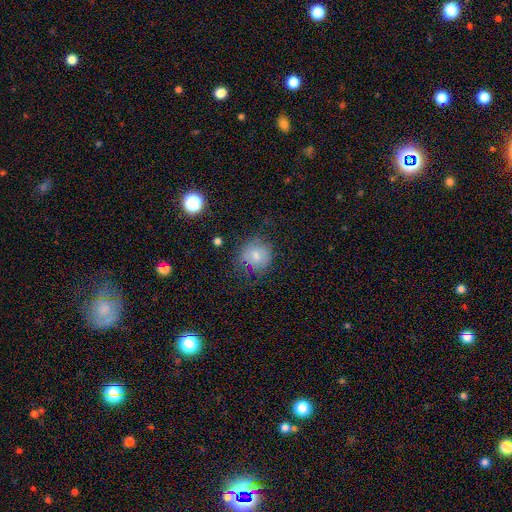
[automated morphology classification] A smooth galaxy with no disk features (74%) that is round (85%). Merging: none (62%).